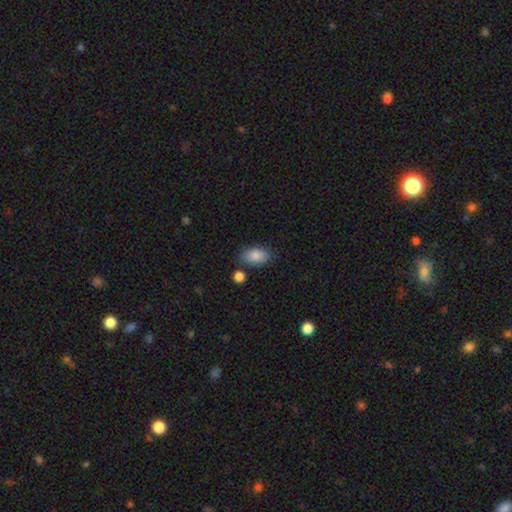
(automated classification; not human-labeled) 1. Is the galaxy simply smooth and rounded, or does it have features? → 87% smooth, 7% star or artifact, 6% featured or disk.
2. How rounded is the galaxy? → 92% in between, 6% round, 2% cigar-shaped.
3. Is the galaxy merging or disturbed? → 78% none, 14% minor disturbance, 5% merger, 3% major disturbance.